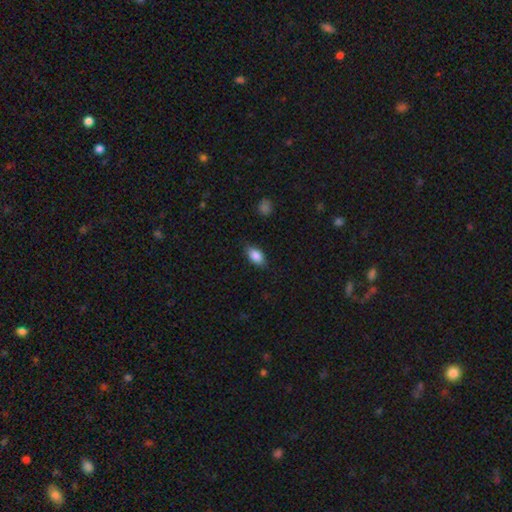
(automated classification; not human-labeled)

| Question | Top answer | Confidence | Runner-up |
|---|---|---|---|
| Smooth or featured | smooth | 86% | star or artifact (7%) |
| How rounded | in between | 90% | round (6%) |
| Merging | none | 82% | minor disturbance (14%) |